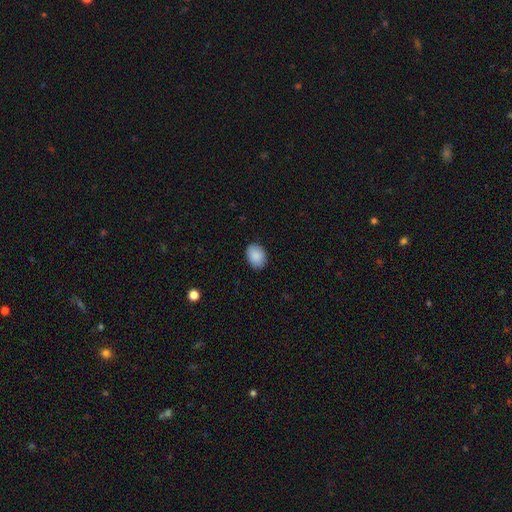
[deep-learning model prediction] Smooth or featured? smooth (89%)
How rounded? in between (74%)
Merging? none (87%)